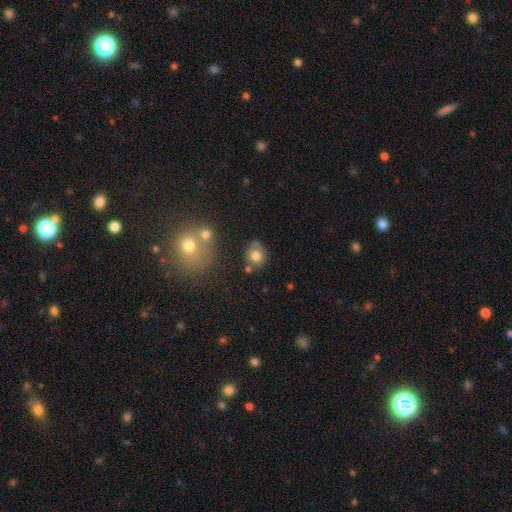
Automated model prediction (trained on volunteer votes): Smooth or featured?
  - smooth: 78% *
  - featured or disk: 11%
  - star or artifact: 11%
How rounded?
  - round: 70% *
  - in between: 29%
  - cigar-shaped: 1%
Merging?
  - none: 68% *
  - minor disturbance: 16%
  - merger: 11%
  - major disturbance: 5%